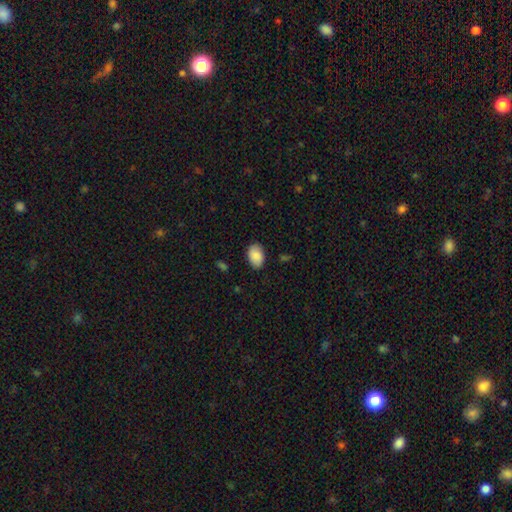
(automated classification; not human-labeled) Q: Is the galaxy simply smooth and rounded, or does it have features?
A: smooth — 89%.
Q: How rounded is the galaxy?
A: in between — 88%.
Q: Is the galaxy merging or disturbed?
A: none — 85%.